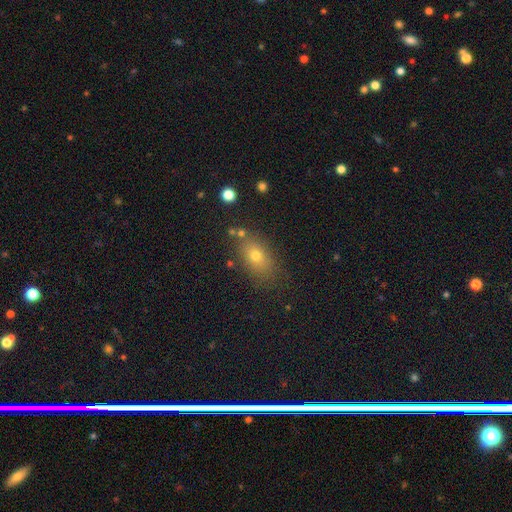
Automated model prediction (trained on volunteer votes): smooth-or-featured: smooth: 71% | featured or disk: 15% | star or artifact: 15%
  how-rounded: in between: 79% | round: 18% | cigar-shaped: 4%
  merging: none: 77% | minor disturbance: 13% | merger: 5% | major disturbance: 4%